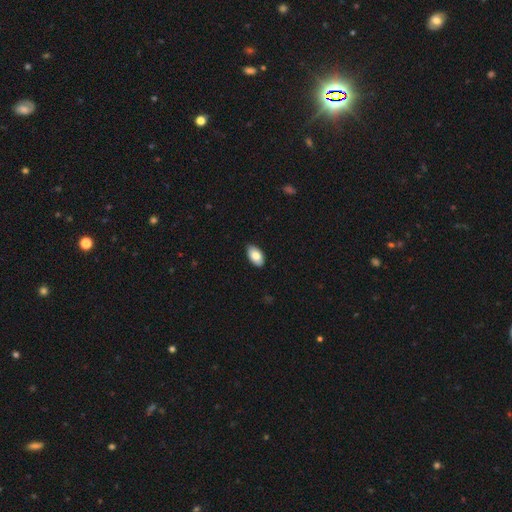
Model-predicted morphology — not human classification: Smooth or featured? smooth (81%)
How rounded? in between (94%)
Merging? none (87%)